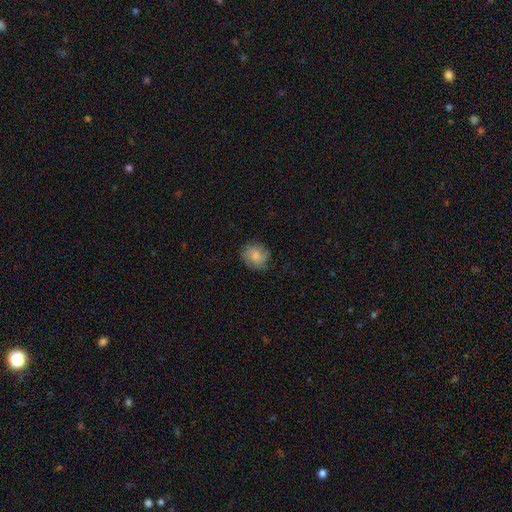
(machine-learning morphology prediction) smooth 51%, featured or disk 41%, star or artifact 8%. Down the decision tree: how rounded — round (77%); merging — none (79%).